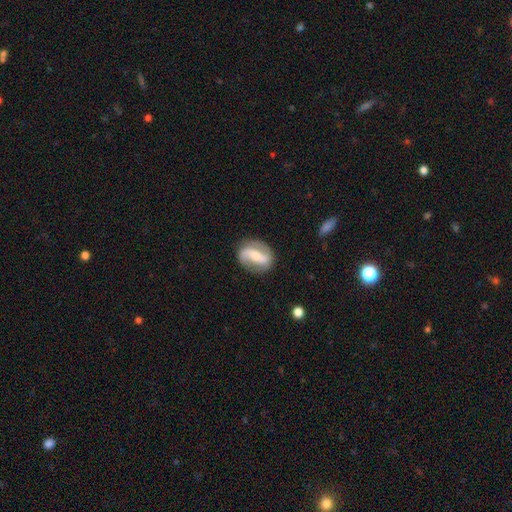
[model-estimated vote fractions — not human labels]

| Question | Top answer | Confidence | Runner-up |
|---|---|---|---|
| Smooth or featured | featured or disk | 78% | smooth (17%) |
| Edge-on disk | no | 96% | yes (4%) |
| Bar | strong | 48% | weak (30%) |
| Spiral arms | yes | 91% | no (9%) |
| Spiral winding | loose | 40% | tied: medium (40%) |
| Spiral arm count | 2 | 90% | can't tell (4%) |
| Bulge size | moderate | 47% | small (43%) |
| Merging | none | 81% | minor disturbance (13%) |